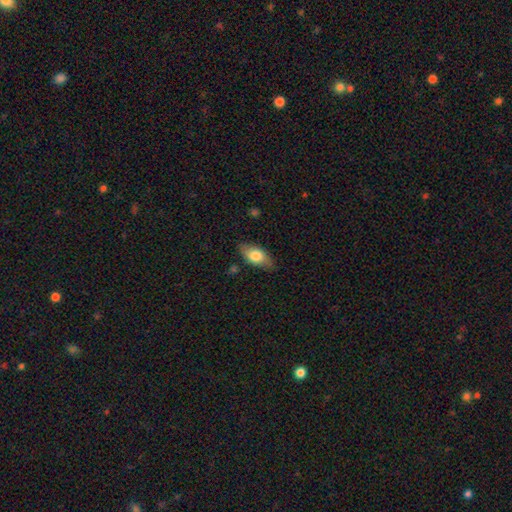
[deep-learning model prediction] A smooth galaxy with no disk features (75%) that is in between round and cigar-shaped (88%). Merging: none (81%).